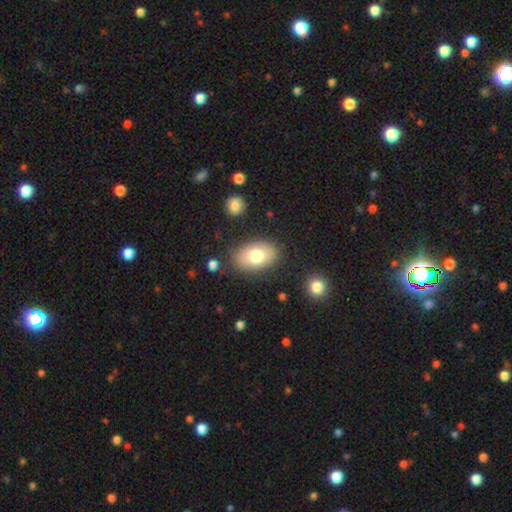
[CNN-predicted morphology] Q: Smooth or featured?
A: smooth (75%); runner-up: featured or disk (17%)
Q: How rounded?
A: in between (86%); runner-up: round (12%)
Q: Merging?
A: none (82%); runner-up: minor disturbance (12%)